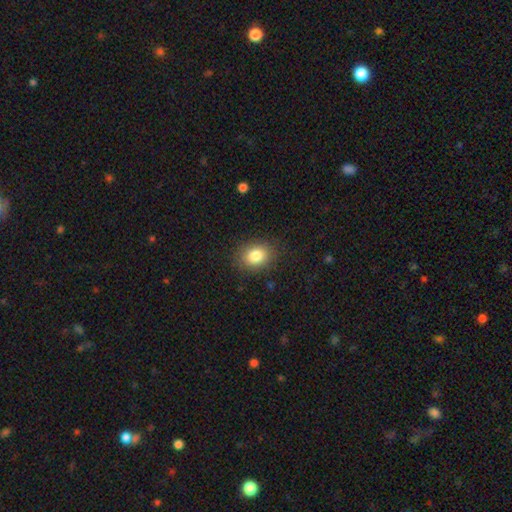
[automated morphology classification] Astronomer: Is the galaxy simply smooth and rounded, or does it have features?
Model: smooth — 84%.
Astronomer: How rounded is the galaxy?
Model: in between — 58% (runner-up: round, 41%).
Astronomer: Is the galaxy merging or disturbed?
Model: none — 86%.